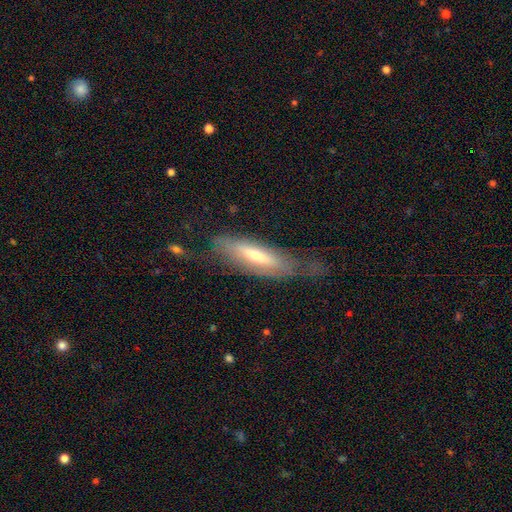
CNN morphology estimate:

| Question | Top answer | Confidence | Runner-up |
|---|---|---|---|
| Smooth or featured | featured or disk | 51% | smooth (42%) |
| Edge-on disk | yes | 57% | no (43%) |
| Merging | none | 52% | minor disturbance (27%) |